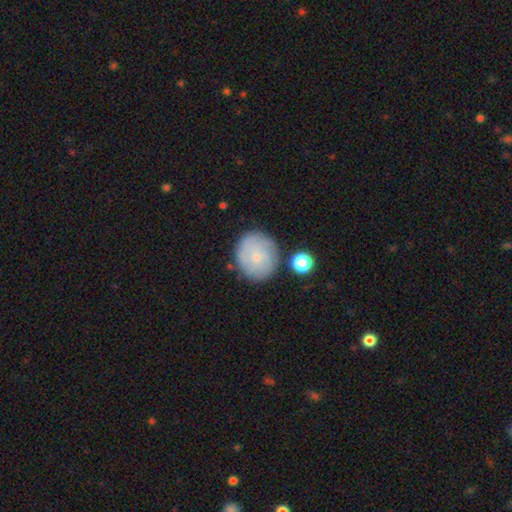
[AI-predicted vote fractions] Smooth or featured? featured or disk (47%)
Merging? none (76%)